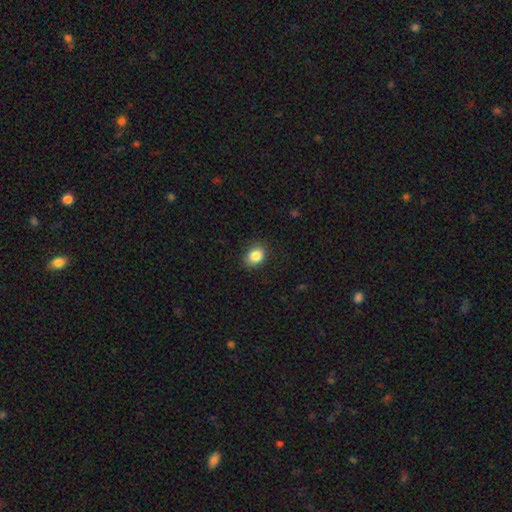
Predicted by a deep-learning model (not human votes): smooth 87%, star or artifact 9%, featured or disk 4%. Down the decision tree: how rounded — in between (56%); merging — none (85%).